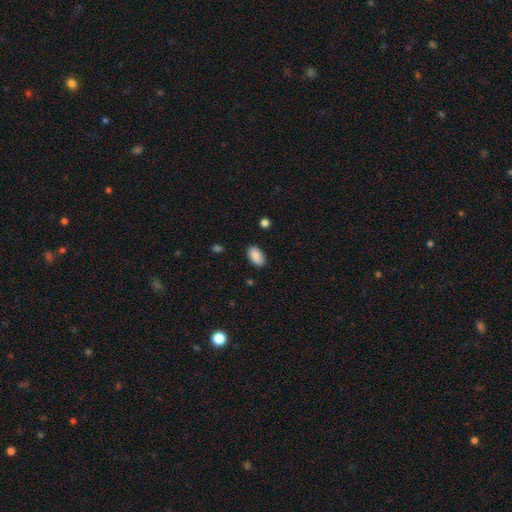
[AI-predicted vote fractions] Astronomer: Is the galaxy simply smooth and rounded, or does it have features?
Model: smooth — 89%.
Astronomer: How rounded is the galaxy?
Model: in between — 93%.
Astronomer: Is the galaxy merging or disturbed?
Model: none — 86%.